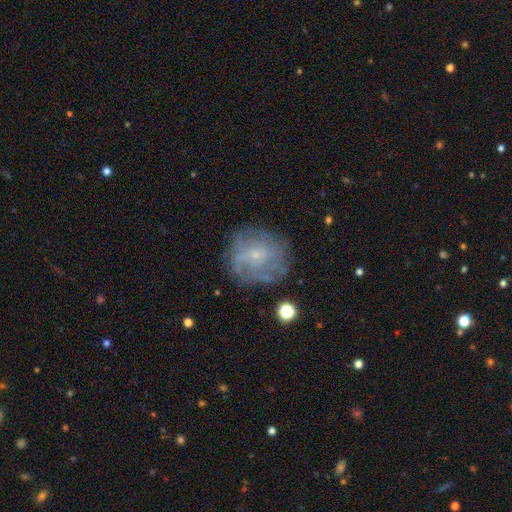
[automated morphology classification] The model was most divided on "smooth or featured": featured or disk: 62%, smooth: 27%, star or artifact: 11%. More confident: edge-on disk — no (97%); bulge size — small (79%); spiral arms — yes (71%); bar — no (70%); merging — none (69%).